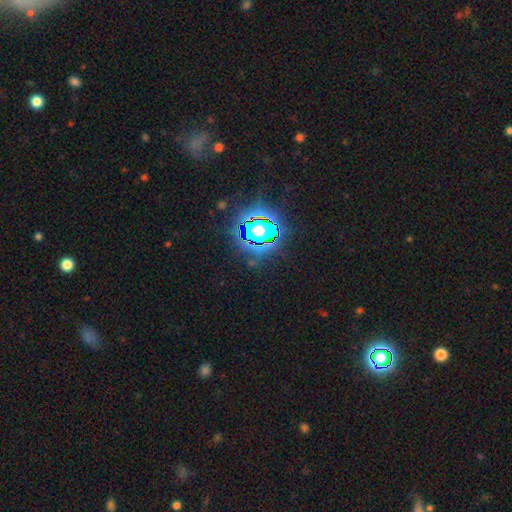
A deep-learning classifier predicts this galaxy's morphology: This is clearly a star or artifact rather than a galaxy (81%).